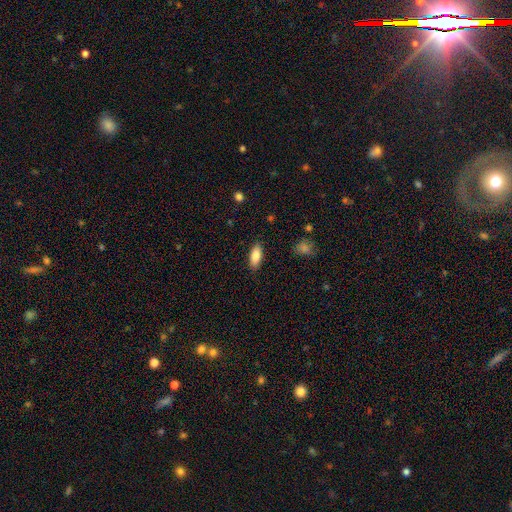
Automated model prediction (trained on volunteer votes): Morphology: type=smooth (84%); roundness=in between (78%); merging=none (88%).